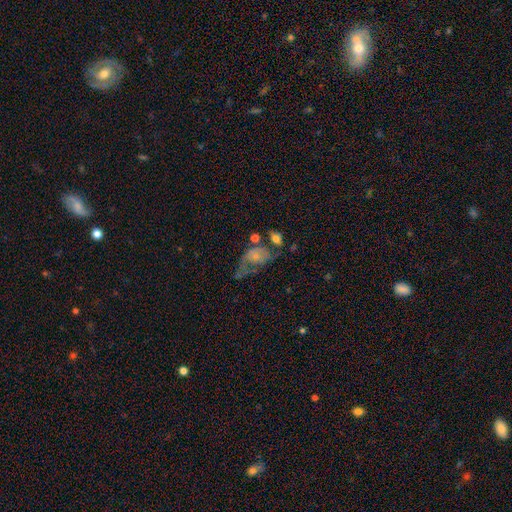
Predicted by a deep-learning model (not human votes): This appears to be a smooth galaxy with no disk features (47%). Merging: major disturbance (45%).